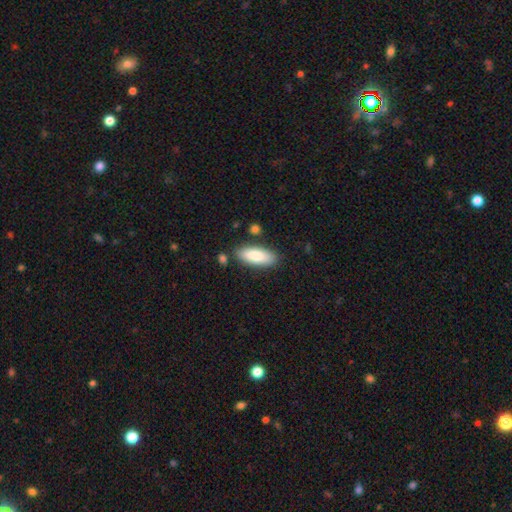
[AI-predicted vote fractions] Smooth or featured?
  - smooth: 85% *
  - featured or disk: 10%
  - star or artifact: 6%
How rounded?
  - in between: 75% *
  - cigar-shaped: 23%
  - round: 2%
Merging?
  - none: 82% *
  - minor disturbance: 11%
  - merger: 4%
  - major disturbance: 3%